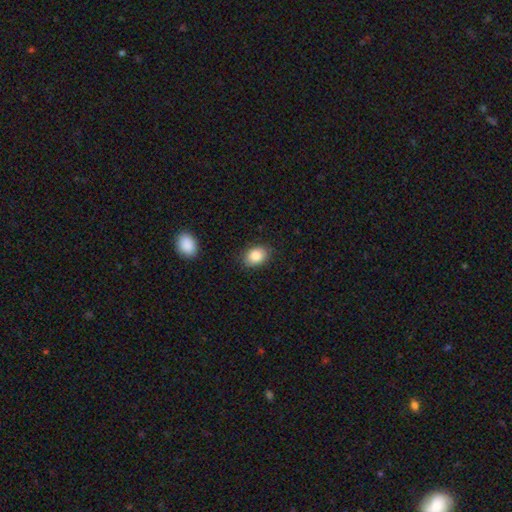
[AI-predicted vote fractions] smooth_or_featured: smooth (p=0.84) [alt: star or artifact p=0.08]
how_rounded: in between (p=0.69) [alt: round p=0.30]
merging: none (p=0.85) [alt: minor disturbance p=0.11]